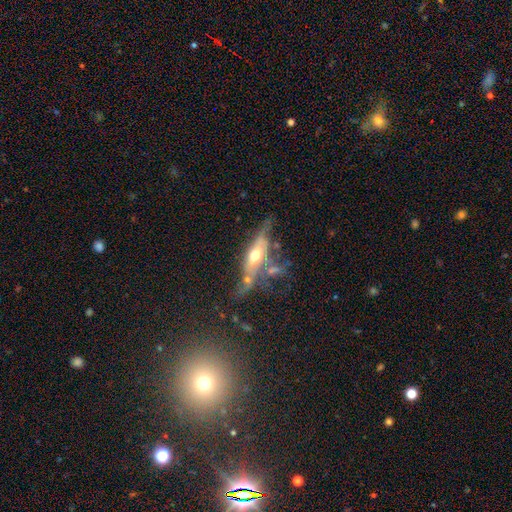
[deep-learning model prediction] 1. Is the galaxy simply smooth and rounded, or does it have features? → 60% featured or disk, 31% smooth, 8% star or artifact.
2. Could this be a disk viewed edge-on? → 55% yes, 45% no.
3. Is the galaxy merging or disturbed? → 34% none, 23% major disturbance, 22% minor disturbance, 21% merger.